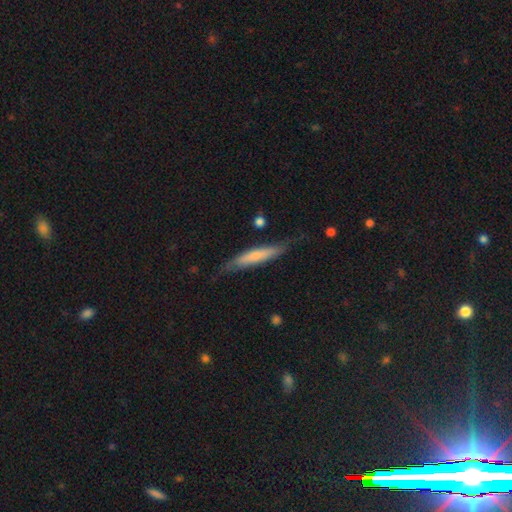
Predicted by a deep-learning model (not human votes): smooth-or-featured: smooth: 58% | featured or disk: 37% | star or artifact: 5%
  how-rounded: cigar-shaped: 90% | in between: 8% | round: 1%
  merging: none: 73% | minor disturbance: 20% | major disturbance: 5% | merger: 2%